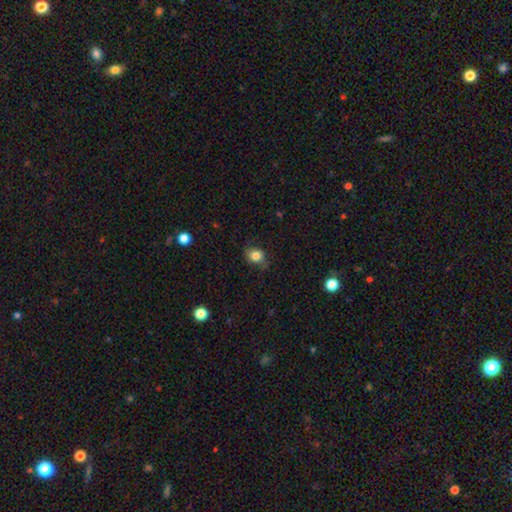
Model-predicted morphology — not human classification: Overall: smooth (81%). How rounded: round (55%; in between 44%). Merging: none (71%).